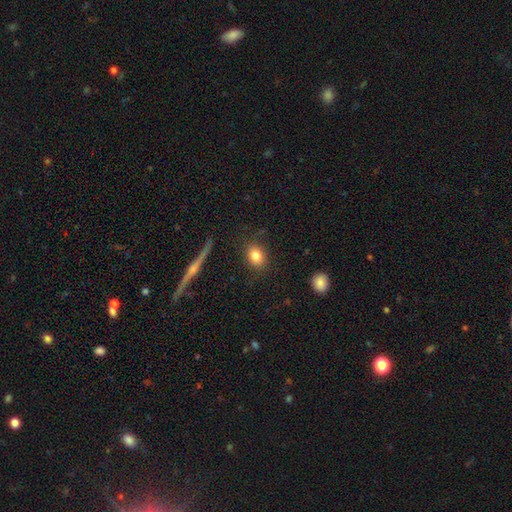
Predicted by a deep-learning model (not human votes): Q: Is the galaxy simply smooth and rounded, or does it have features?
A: smooth — 81%.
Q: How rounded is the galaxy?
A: in between — 61%.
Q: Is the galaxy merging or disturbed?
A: none — 84%.